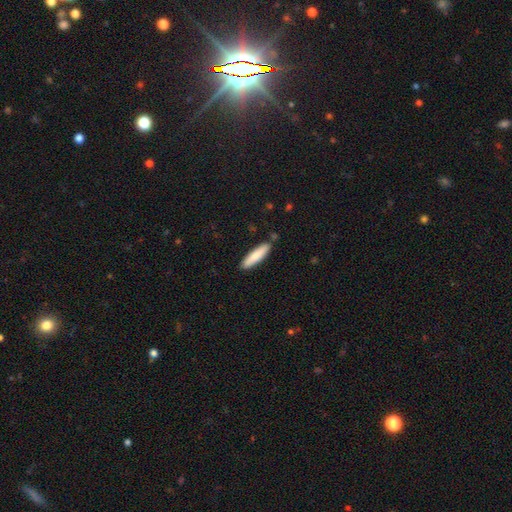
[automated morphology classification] smooth_or_featured: smooth (p=0.83) [alt: featured or disk p=0.12]
how_rounded: cigar-shaped (p=0.77) [alt: in between p=0.21]
merging: none (p=0.87) [alt: minor disturbance p=0.09]